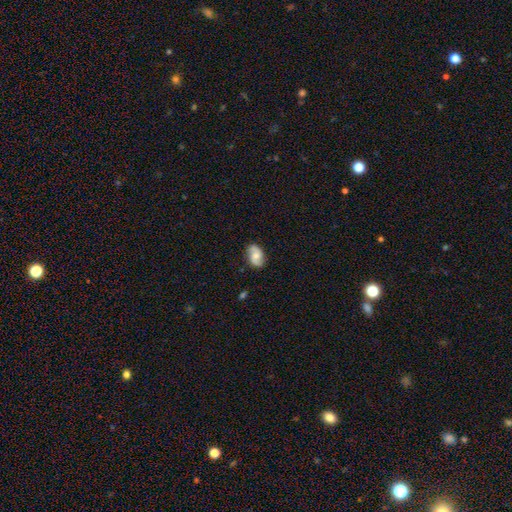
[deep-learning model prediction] The model was most divided on "smooth or featured": smooth: 47%, featured or disk: 45%, star or artifact: 7%. More confident: merging — none (77%).